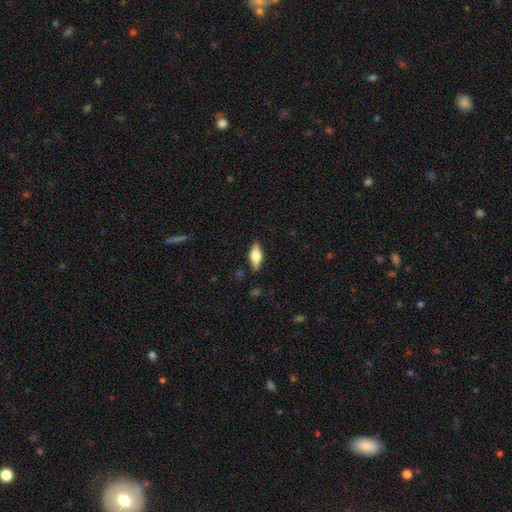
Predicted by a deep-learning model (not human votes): This appears to be a smooth galaxy with no disk features (58%) that is in between round and cigar-shaped (74%). Merging: none (85%).